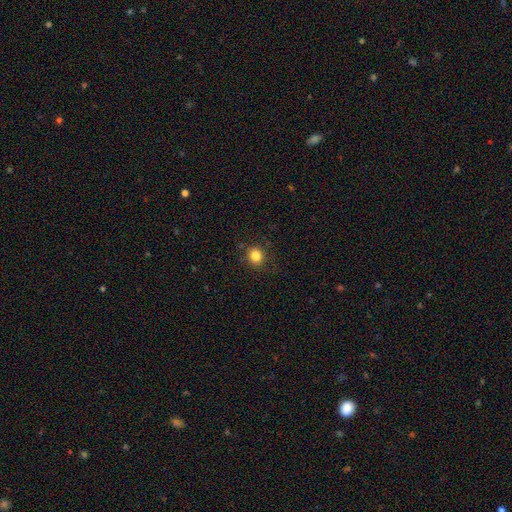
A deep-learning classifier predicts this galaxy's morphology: This appears to be a smooth galaxy with no disk features (83%) that is round (82%). Merging: none (86%).